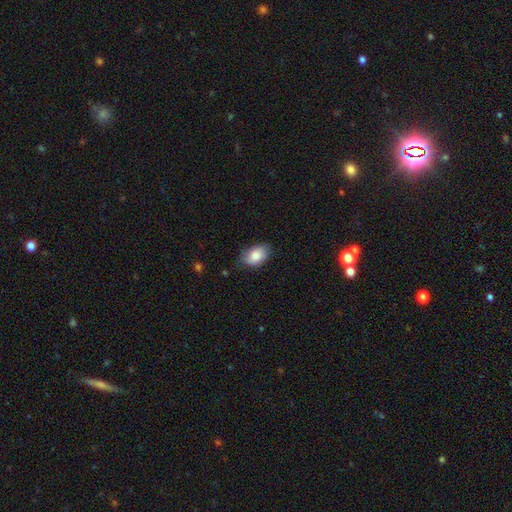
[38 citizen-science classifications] Overall: smooth (95%). How rounded: in between (97%). Merging: none (74%).